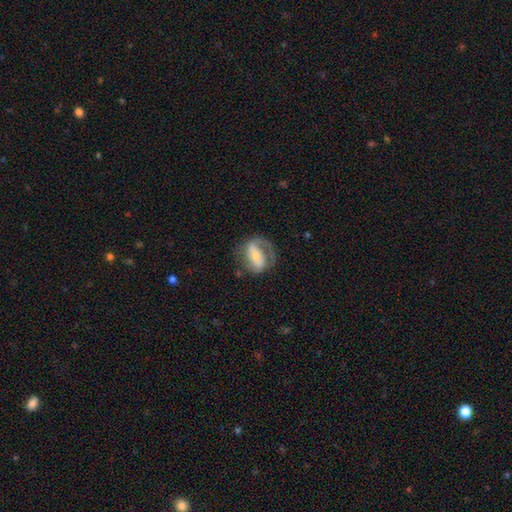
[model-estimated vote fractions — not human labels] Smooth or featured?
  - featured or disk: 67% *
  - smooth: 27%
  - star or artifact: 6%
Edge-on disk?
  - no: 95% *
  - yes: 5%
Bar?
  - strong: 46% *
  - weak: 30%
  - no: 24%
Spiral arms?
  - yes: 79% *
  - no: 21%
Spiral winding?
  - medium: 43% *
  - tight: 33%
  - loose: 25%
Spiral arm count?
  - 2: 53% *
  - 1: 36%
  - can't tell: 8%
  - 3: 1%
  - 4: 1%
  - more than 4: 1%
Bulge size?
  - small: 46% *
  - moderate: 39%
  - large: 8%
  - none: 5%
  - dominant: 2%
Merging?
  - none: 54% *
  - major disturbance: 23%
  - minor disturbance: 21%
  - merger: 2%